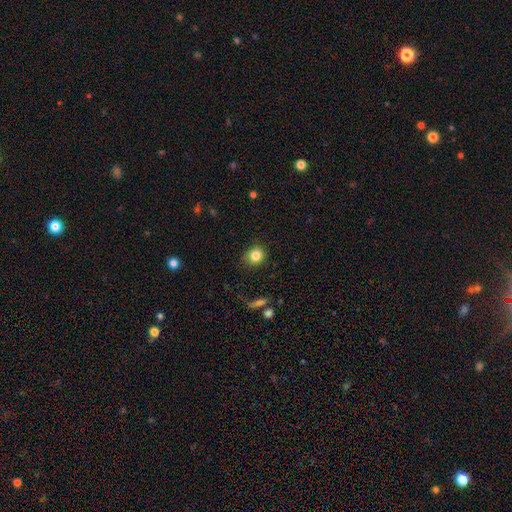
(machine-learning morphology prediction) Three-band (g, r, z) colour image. It shows a smooth galaxy with no disk features (82%) that is round (78%). Merging: none (81%).